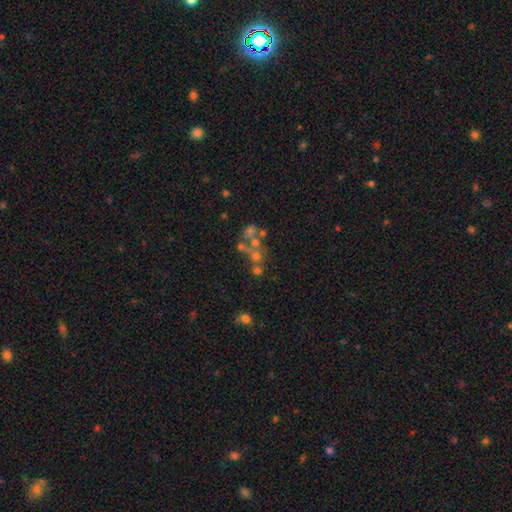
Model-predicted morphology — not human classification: Overall: featured or disk (38%; smooth 31%). Merging: merger (41%; none 38%).